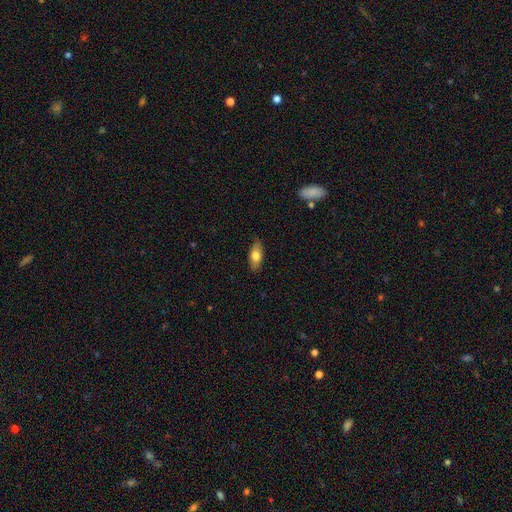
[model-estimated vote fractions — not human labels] This appears to be a smooth galaxy with no disk features (72%) that is in between round and cigar-shaped (80%). Merging: none (86%).